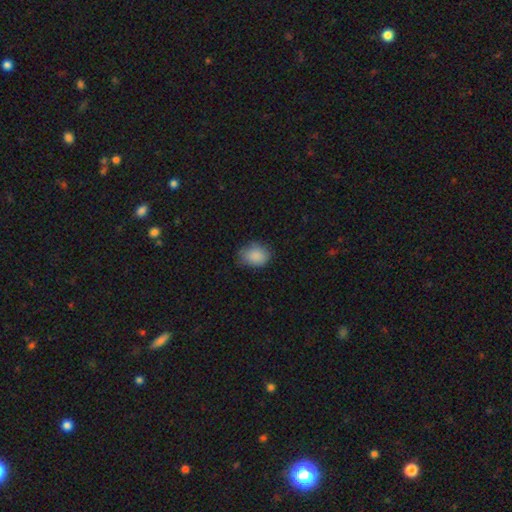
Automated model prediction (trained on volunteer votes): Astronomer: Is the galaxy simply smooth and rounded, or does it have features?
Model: smooth — 87%.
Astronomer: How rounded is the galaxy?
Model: in between — 54% (runner-up: round, 45%).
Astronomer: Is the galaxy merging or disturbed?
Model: none — 68%.